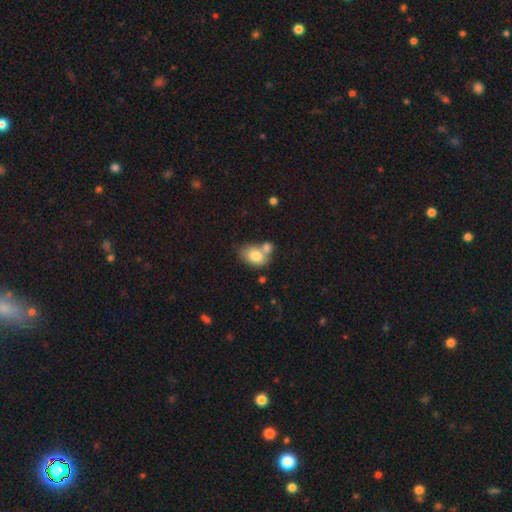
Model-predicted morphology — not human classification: Smooth or featured: smooth — 79% (featured or disk — 13%)
How rounded: in between — 81% (round — 17%)
Merging: merger — 43% (none — 38%)